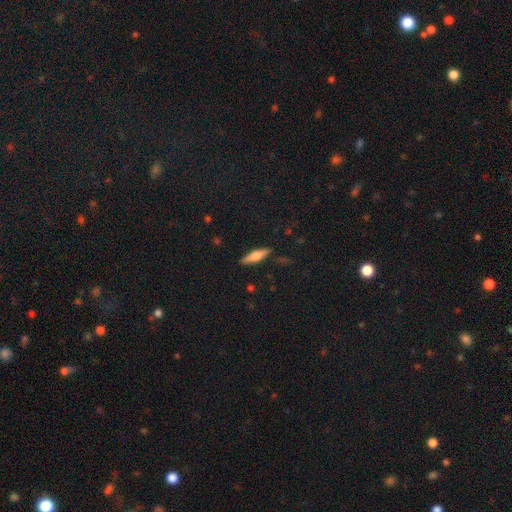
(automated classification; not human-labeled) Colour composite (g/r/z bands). It shows a smooth galaxy with no disk features (57%) that is cigar-shaped (66%). Merging: none (87%).